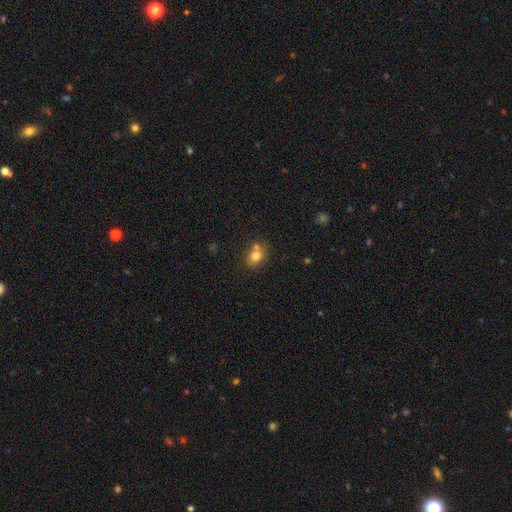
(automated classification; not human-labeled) smooth 78%, star or artifact 11%, featured or disk 11%. Down the decision tree: how rounded — round (54%); merging — none (58%).